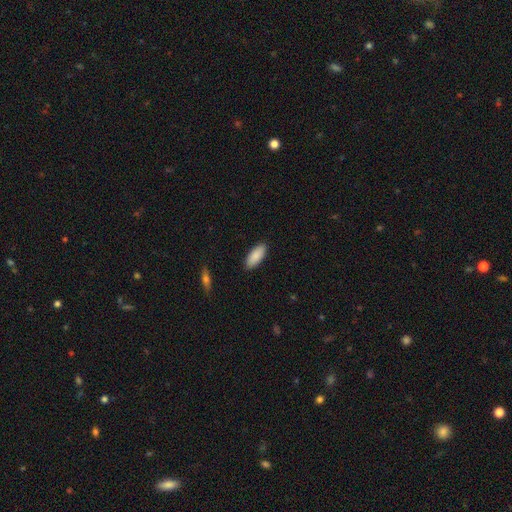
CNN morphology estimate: Overall: smooth (88%). How rounded: in between (82%). Merging: none (89%).